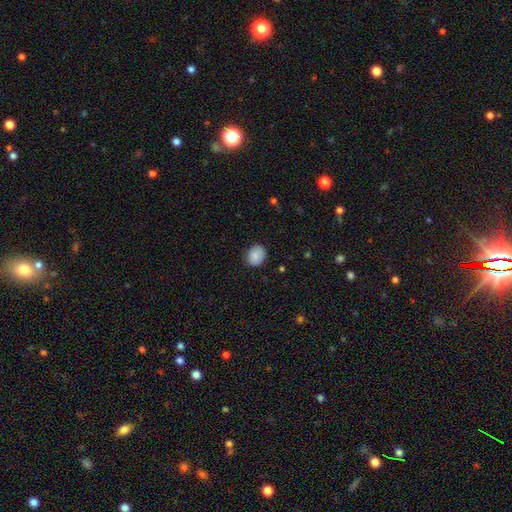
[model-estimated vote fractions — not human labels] smooth 87%, star or artifact 8%, featured or disk 6%. Down the decision tree: how rounded — round (58%); merging — none (85%).